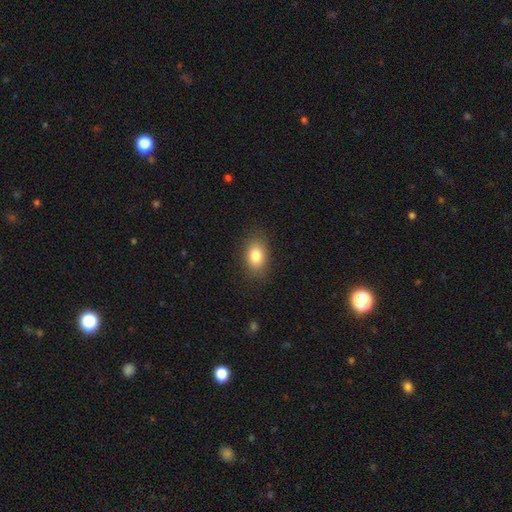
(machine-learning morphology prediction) smooth_or_featured: smooth (p=0.83) [alt: featured or disk p=0.09]
how_rounded: in between (p=0.84) [alt: round p=0.15]
merging: none (p=0.85) [alt: minor disturbance p=0.11]